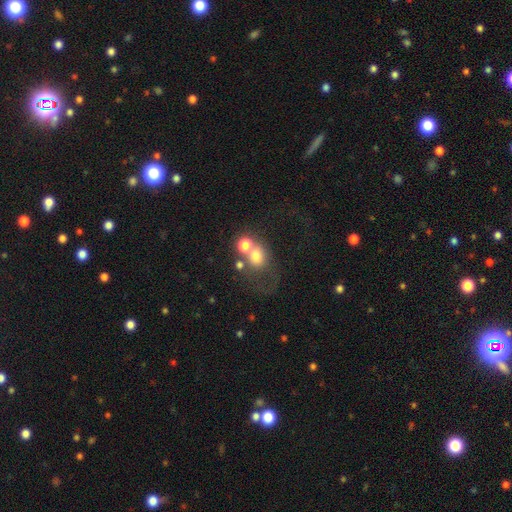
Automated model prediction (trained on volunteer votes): A smooth galaxy with no disk features (65%) that is round (68%). Merging: merger (43%).